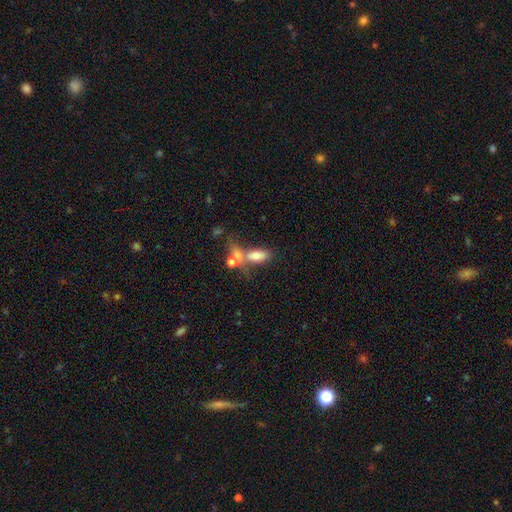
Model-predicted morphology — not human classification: The model was most divided on "merging": merger: 41%, none: 34%, minor disturbance: 13%, major disturbance: 11%. More confident: how rounded — in between (76%); smooth or featured — smooth (69%).